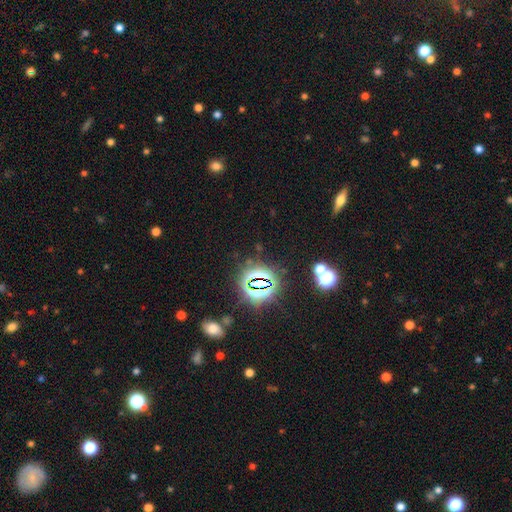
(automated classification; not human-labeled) Overall: star or artifact (79%).